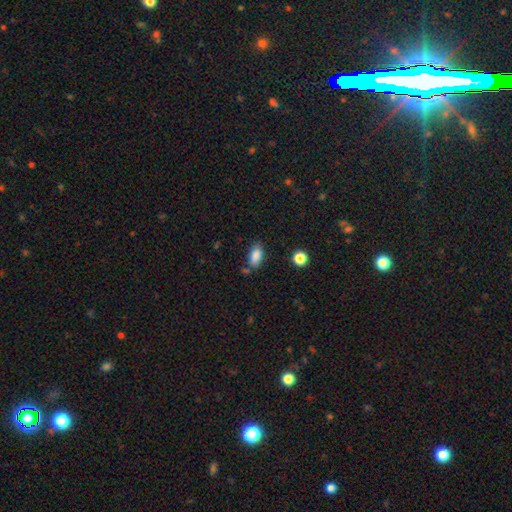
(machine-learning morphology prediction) Q: Smooth or featured?
A: smooth (86%); runner-up: star or artifact (8%)
Q: How rounded?
A: in between (90%); runner-up: cigar-shaped (6%)
Q: Merging?
A: none (75%); runner-up: minor disturbance (15%)